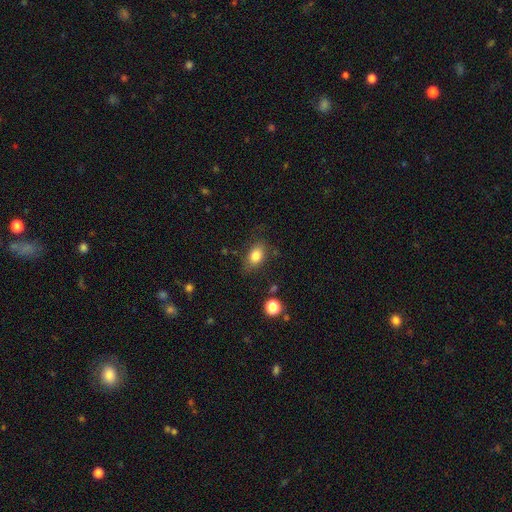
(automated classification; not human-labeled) smooth 81%, featured or disk 10%, star or artifact 9%. Down the decision tree: how rounded — in between (82%); merging — none (75%).